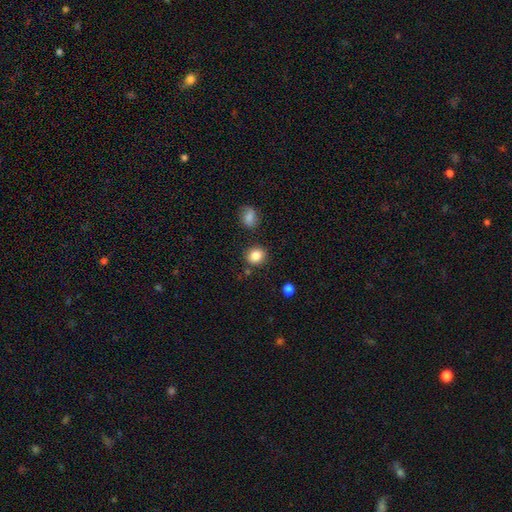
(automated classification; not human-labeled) Overall: smooth (85%). How rounded: round (73%). Merging: none (82%).